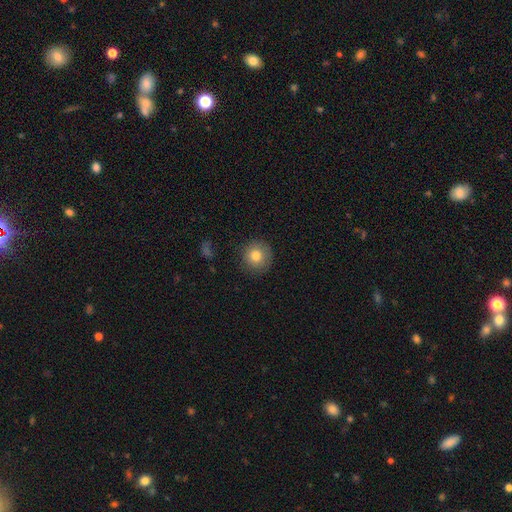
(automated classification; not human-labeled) Smooth or featured: smooth — 80% (featured or disk — 10%)
How rounded: round — 94% (in between — 5%)
Merging: none — 86% (minor disturbance — 10%)